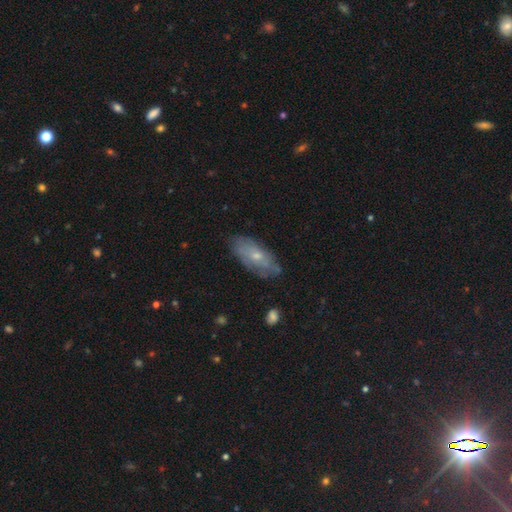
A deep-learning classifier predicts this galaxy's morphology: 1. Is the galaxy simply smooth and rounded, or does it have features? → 50% smooth, 43% featured or disk, 7% star or artifact.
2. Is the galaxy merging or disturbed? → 73% none, 20% minor disturbance, 5% major disturbance, 2% merger.